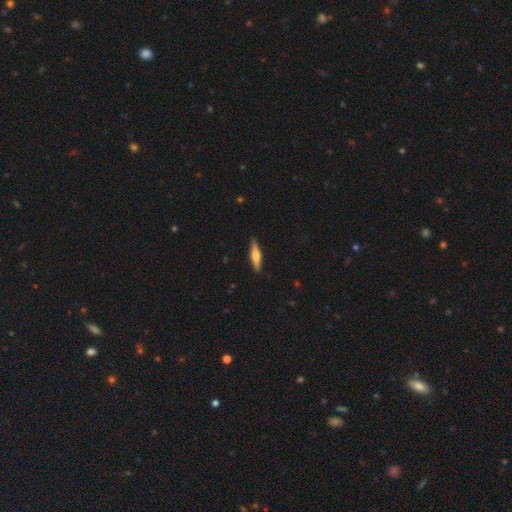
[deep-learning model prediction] Smooth or featured: smooth — 50% (featured or disk — 45%)
Merging: none — 89% (minor disturbance — 9%)